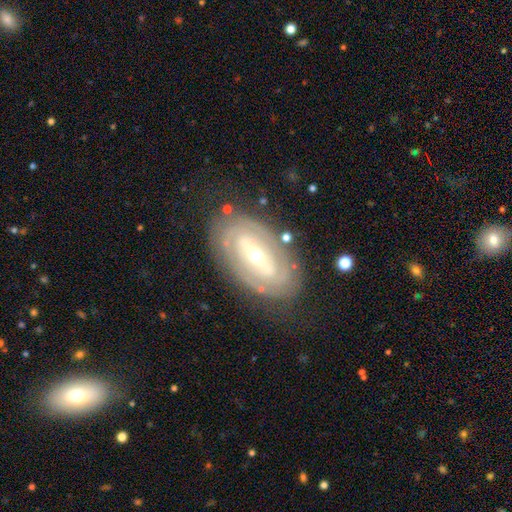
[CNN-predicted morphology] A featured or disk galaxy (81%) with a strong bar (40%), tight (72%) spiral arms (73%) and a moderate central bulge (53%).

Vote fractions:
- Smooth or featured? featured or disk: 81% / smooth: 13% / star or artifact: 6%
- Edge-on disk? no: 93% / yes: 7%
- Bar? strong: 40% / weak: 34% / no: 26%
- Spiral arms? yes: 73% / no: 27%
- Spiral winding? tight: 72% / medium: 20% / loose: 7%
- Spiral arm count? can't tell: 42% / 2: 41% / 3: 7% / 1: 4% / 4: 4% / more than 4: 3%
- Bulge size? moderate: 53% / small: 43% / large: 3% / dominant: 1% / none: 1%
- Merging? none: 76% / minor disturbance: 15% / major disturbance: 6% / merger: 2%